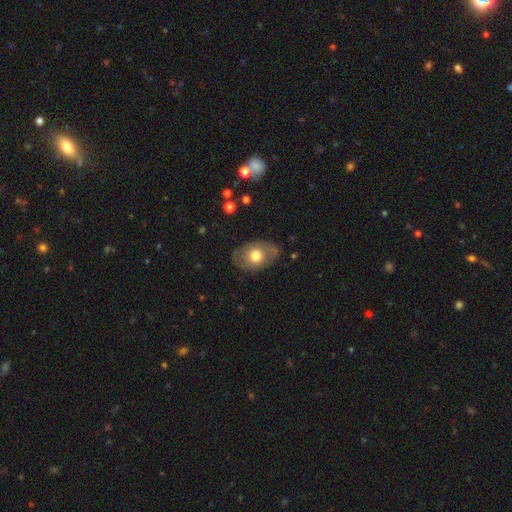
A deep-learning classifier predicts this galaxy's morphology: This is possibly a smooth galaxy (59%). How rounded: likely in between (77%). Merging: likely none (76%).